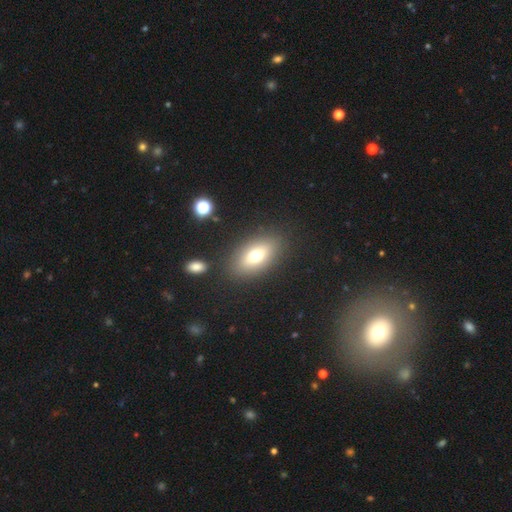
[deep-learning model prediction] The model was most divided on "smooth or featured": smooth: 70%, featured or disk: 20%, star or artifact: 10%. More confident: how rounded — in between (85%); merging — none (84%).